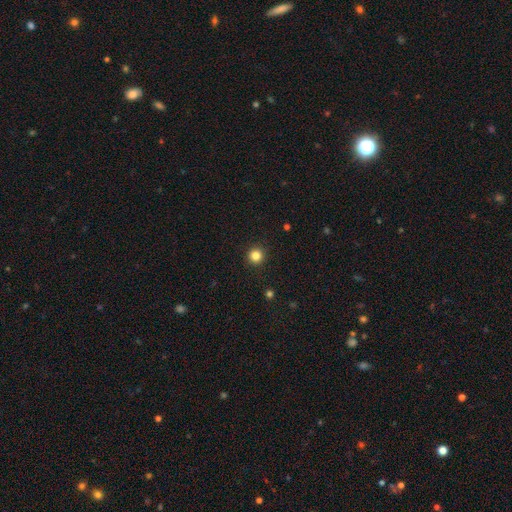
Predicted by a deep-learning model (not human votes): Smooth or featured? smooth (83%)
How rounded? round (95%)
Merging? none (93%)